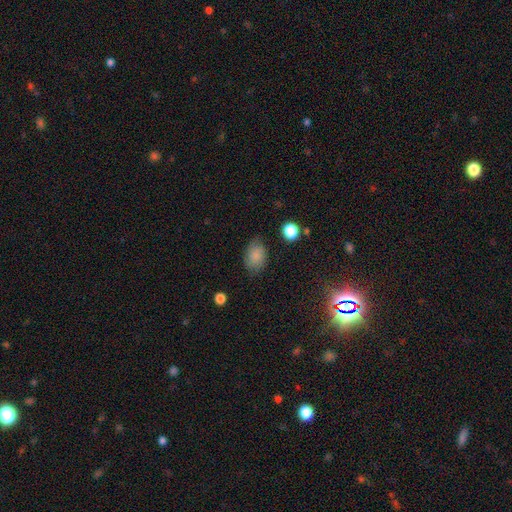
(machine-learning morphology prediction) smooth_or_featured: smooth (p=0.81) [alt: featured or disk p=0.10]
how_rounded: in between (p=0.80) [alt: round p=0.19]
merging: none (p=0.70) [alt: minor disturbance p=0.22]